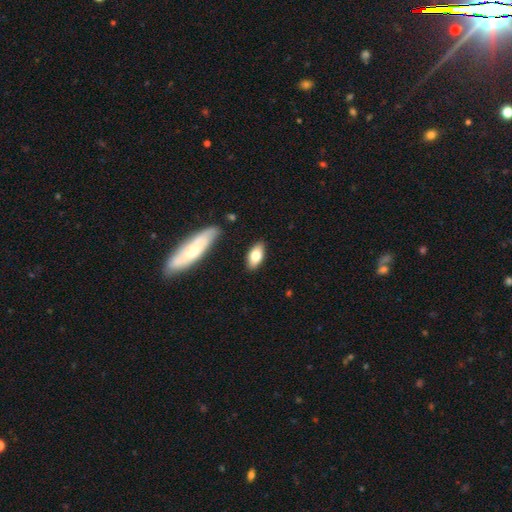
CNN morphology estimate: A smooth galaxy with no disk features (77%) that is in between round and cigar-shaped (89%). Merging: none (85%).